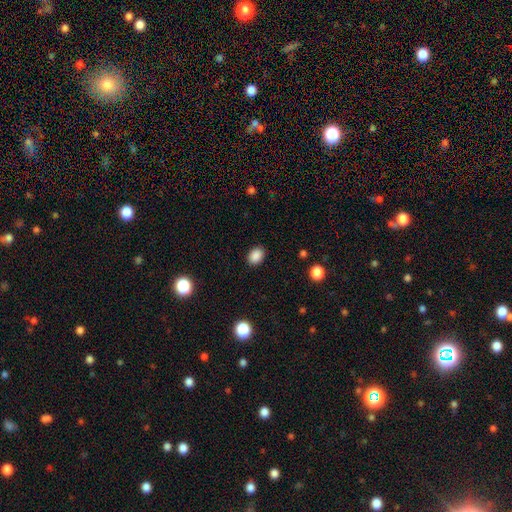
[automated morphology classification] Smooth or featured? smooth (88%)
How rounded? in between (69%)
Merging? none (89%)